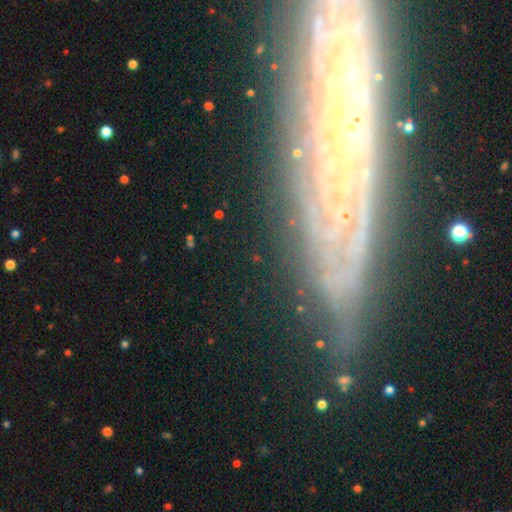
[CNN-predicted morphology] smooth-or-featured: featured or disk: 61% | star or artifact: 24% | smooth: 15%
  disk-edge-on: no: 63% | yes: 37%
  merging: none: 79% | minor disturbance: 14% | major disturbance: 5% | merger: 3%